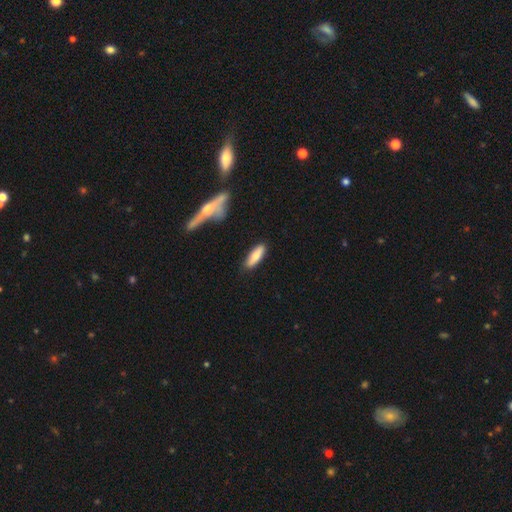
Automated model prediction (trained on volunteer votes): Smooth or featured?
  - smooth: 74% *
  - featured or disk: 20%
  - star or artifact: 6%
How rounded?
  - in between: 50% *
  - cigar-shaped: 48%
  - round: 2%
Merging?
  - none: 84% *
  - minor disturbance: 11%
  - merger: 3%
  - major disturbance: 2%